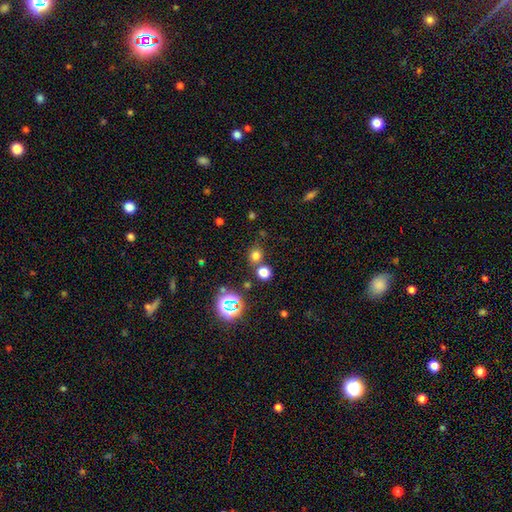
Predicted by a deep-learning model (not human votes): Smooth or featured? Predicted: smooth (p=0.68). How rounded? Predicted: round (p=0.81). Merging? Predicted: none (p=0.71).